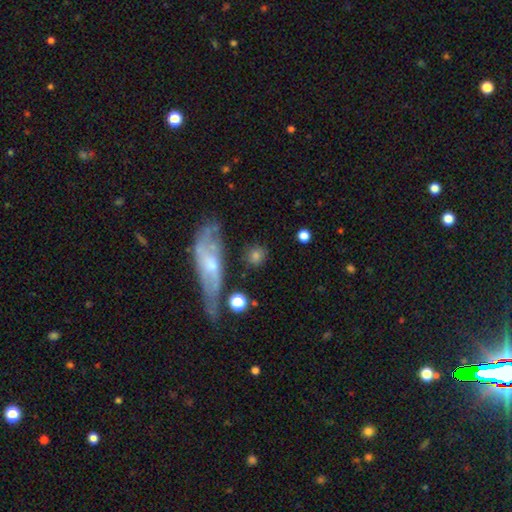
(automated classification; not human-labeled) Smooth or featured? smooth (68%)
How rounded? round (66%)
Merging? none (72%)